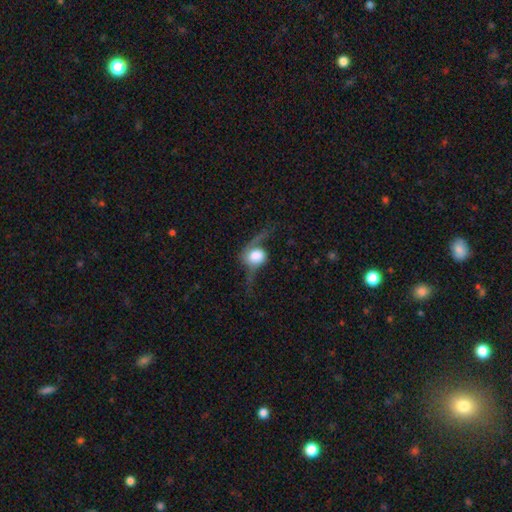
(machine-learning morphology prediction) smooth_or_featured: featured or disk (p=0.59) [alt: smooth p=0.33]
disk_edge_on: no (p=0.65) [alt: yes p=0.35]
merging: none (p=0.38) [alt: major disturbance p=0.36]